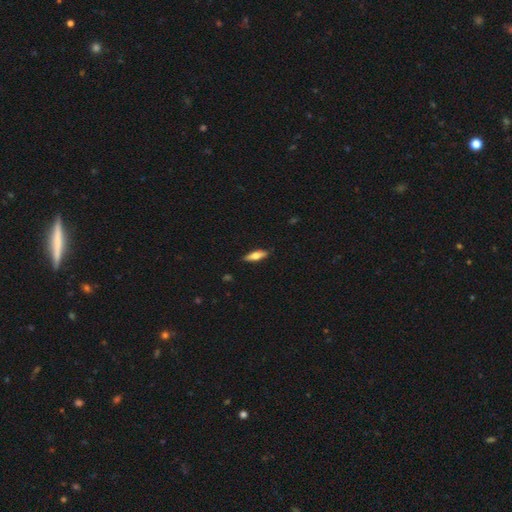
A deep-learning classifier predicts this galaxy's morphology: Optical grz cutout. It shows a smooth galaxy with no disk features (62%) that is cigar-shaped (49%). Merging: none (88%).